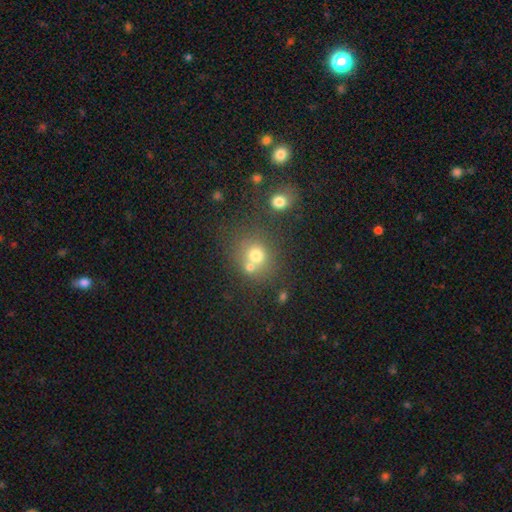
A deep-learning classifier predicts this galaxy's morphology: Overall: smooth (71%). How rounded: round (80%). Merging: none (52%; merger 33%).